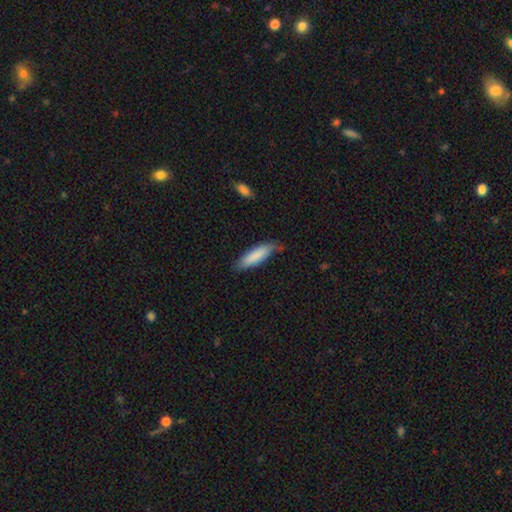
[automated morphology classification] Smooth or featured? smooth (84%)
How rounded? cigar-shaped (59%)
Merging? none (69%)